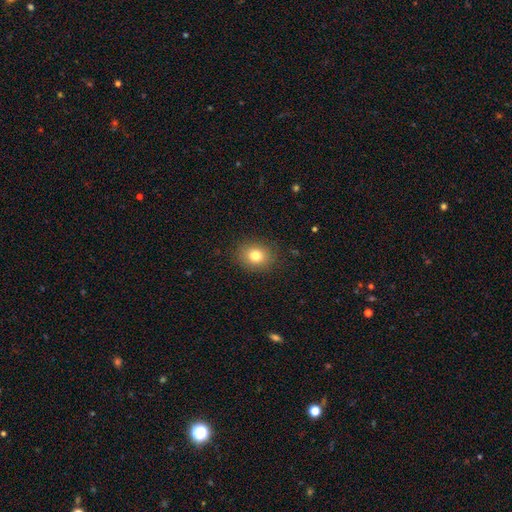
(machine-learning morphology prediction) Smooth or featured? smooth (80%)
How rounded? round (60%)
Merging? none (87%)